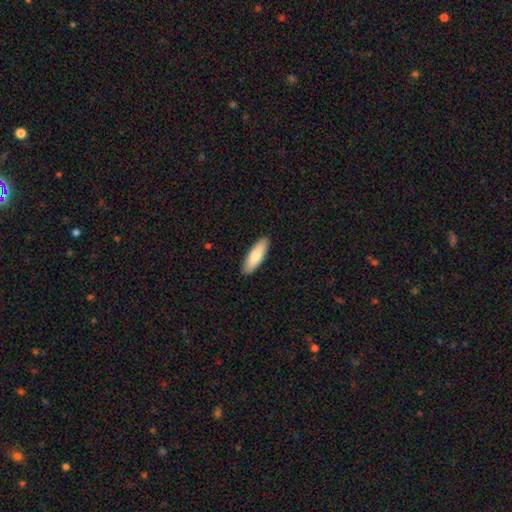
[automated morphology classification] Smooth or featured? Predicted: smooth (p=0.83). How rounded? Predicted: cigar-shaped (p=0.50). Merging? Predicted: none (p=0.91).